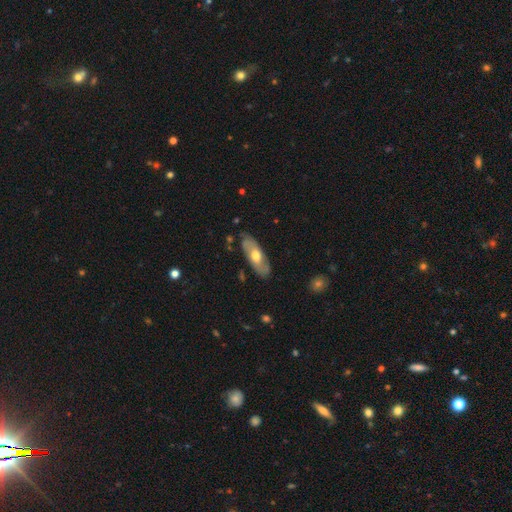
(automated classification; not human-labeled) Smooth or featured? Predicted: featured or disk (p=0.48). Merging? Predicted: none (p=0.81).